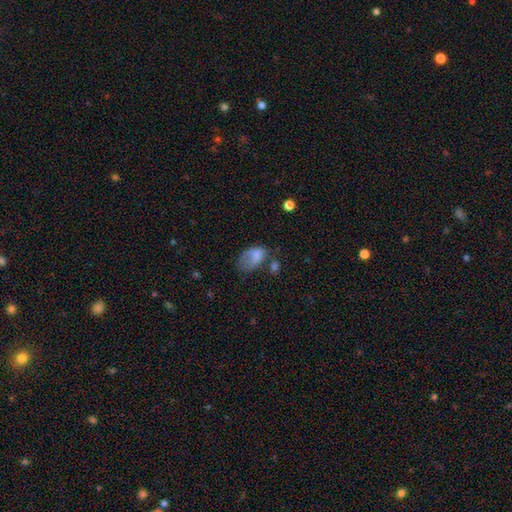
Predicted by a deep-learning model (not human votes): A smooth galaxy with no disk features (70%) that is in between round and cigar-shaped (86%).

Vote fractions:
- Smooth or featured? smooth: 70% / featured or disk: 20% / star or artifact: 10%
- How rounded? in between: 86% / round: 12% / cigar-shaped: 1%
- Merging? major disturbance: 37% / minor disturbance: 29% / none: 24% / merger: 10%